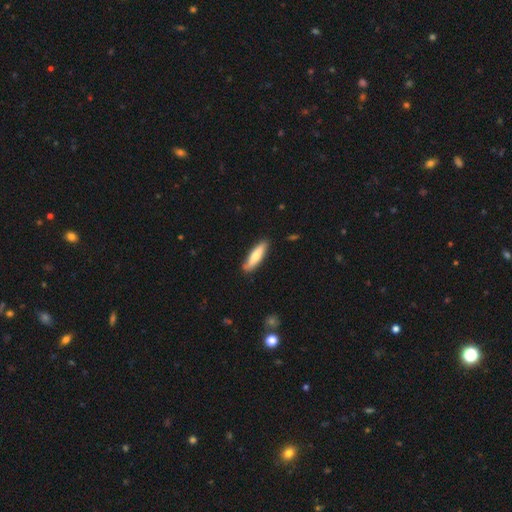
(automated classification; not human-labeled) The model was most divided on "how rounded": cigar-shaped: 72%, in between: 27%, round: 1%. More confident: merging — none (84%); smooth or featured — smooth (71%).